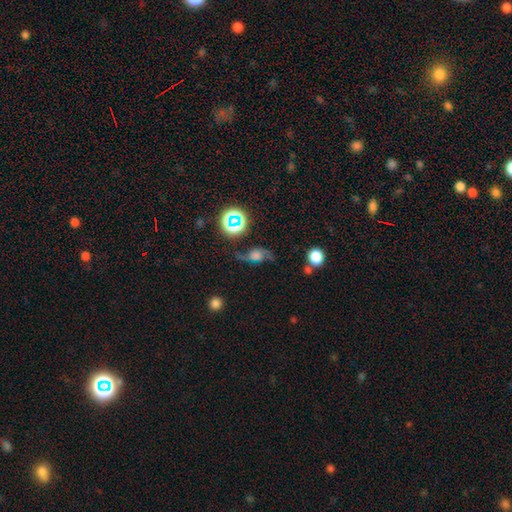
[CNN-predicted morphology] Smooth or featured? featured or disk (60%)
Edge-on disk? no (91%)
Bar? no (62%)
Spiral arms? yes (90%)
Bulge size? large (27%)
Merging? none (57%)